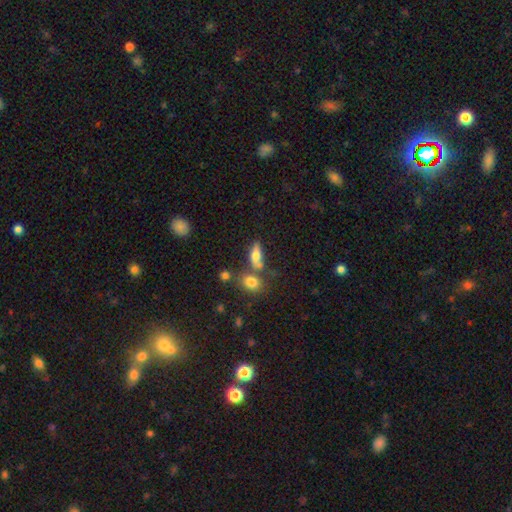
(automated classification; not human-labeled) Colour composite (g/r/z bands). It shows a smooth galaxy with no disk features (63%) that is in between round and cigar-shaped (65%). Merging: none (53%).